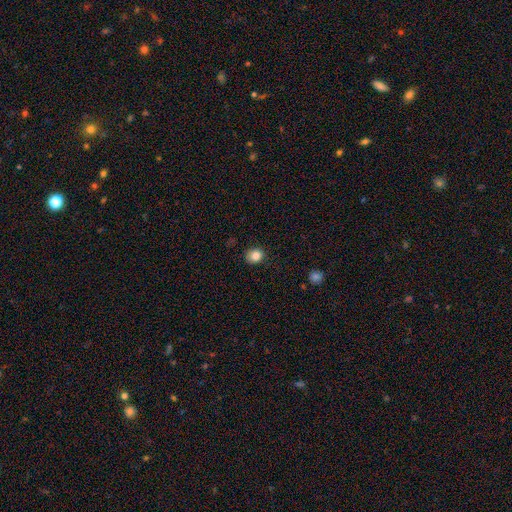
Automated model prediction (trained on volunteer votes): smooth_or_featured: smooth (p=0.84) [alt: star or artifact p=0.11]
how_rounded: round (p=0.72) [alt: in between p=0.28]
merging: none (p=0.85) [alt: minor disturbance p=0.11]